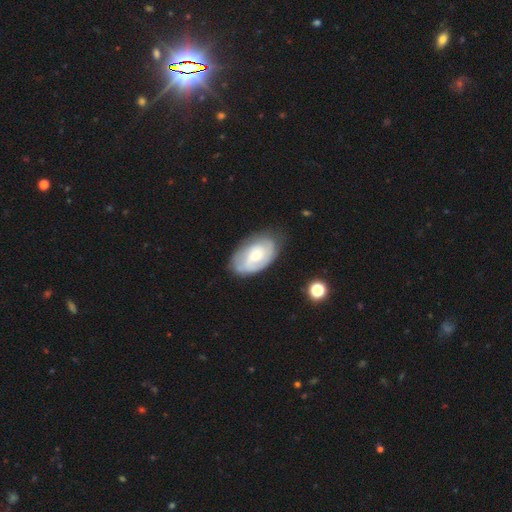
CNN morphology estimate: Smooth or featured: featured or disk — 62% (smooth — 32%)
Edge-on disk: no — 95% (yes — 5%)
Bar: no — 65% (weak — 30%)
Spiral arms: yes — 82% (no — 18%)
Bulge size: small — 53% (moderate — 40%)
Merging: none — 69% (minor disturbance — 22%)